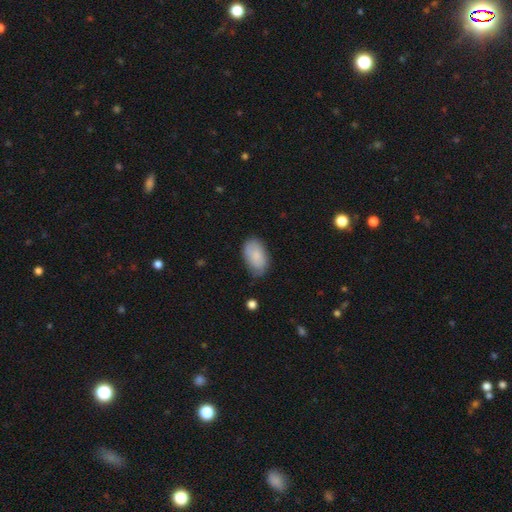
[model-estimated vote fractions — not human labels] Smooth or featured: smooth — 82% (featured or disk — 12%)
How rounded: in between — 93% (round — 6%)
Merging: none — 70% (minor disturbance — 24%)